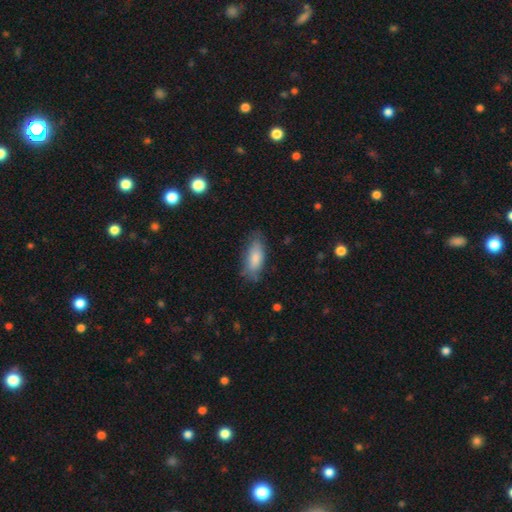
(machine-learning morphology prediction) A smooth galaxy with no disk features (75%) that is in between round and cigar-shaped (80%). Merging: none (76%).